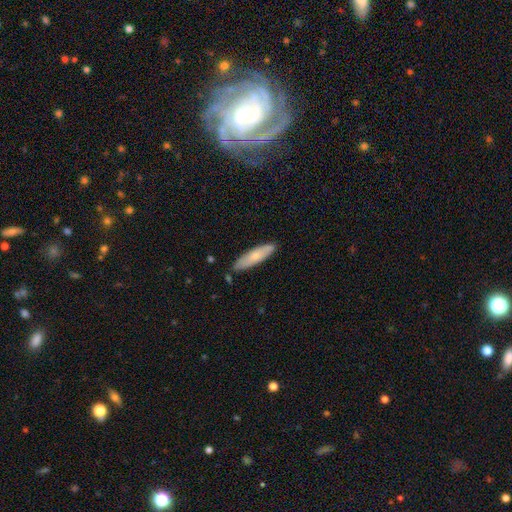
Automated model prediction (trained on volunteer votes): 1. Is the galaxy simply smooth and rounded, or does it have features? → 71% smooth, 24% featured or disk, 6% star or artifact.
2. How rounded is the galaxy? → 72% cigar-shaped, 27% in between, 1% round.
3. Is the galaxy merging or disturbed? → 83% none, 13% minor disturbance, 3% merger, 2% major disturbance.